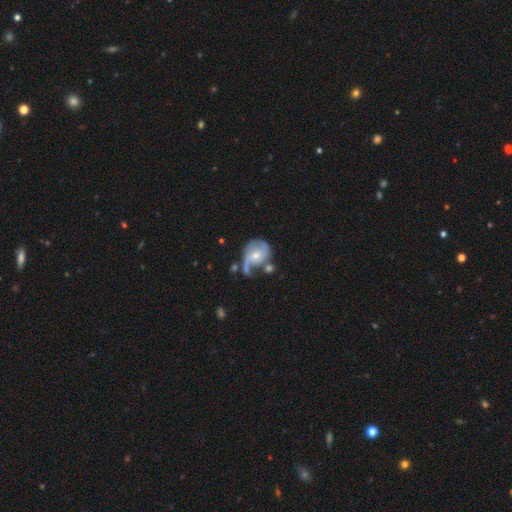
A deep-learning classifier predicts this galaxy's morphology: Smooth or featured: featured or disk — 73% (smooth — 21%)
Edge-on disk: no — 98% (yes — 2%)
Bar: no — 63% (weak — 31%)
Spiral arms: yes — 88% (no — 12%)
Spiral winding: medium — 42% (loose — 33%)
Spiral arm count: 2 — 49% (1 — 28%)
Bulge size: moderate — 47% (small — 46%)
Merging: none — 32% (major disturbance — 26%)